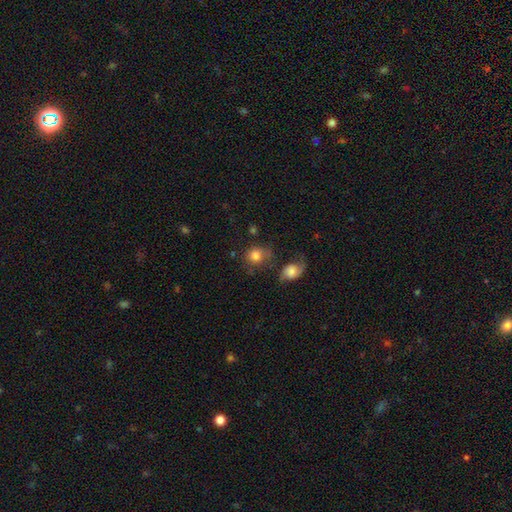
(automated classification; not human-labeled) This appears to be a smooth galaxy with no disk features (78%) that is round (77%). Merging: none (58%).